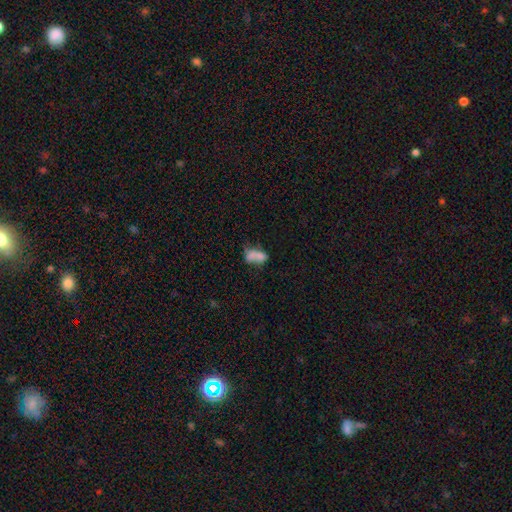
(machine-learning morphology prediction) This is likely a smooth galaxy (64%). How rounded: clearly in between (85%). Merging: marginally merger (39%).